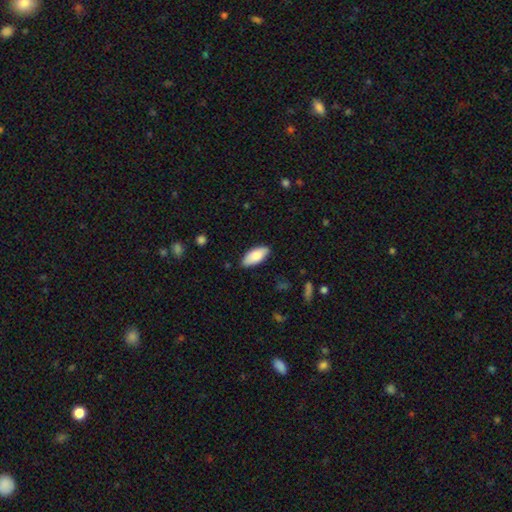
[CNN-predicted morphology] Smooth or featured: smooth — 81% (featured or disk — 13%)
How rounded: in between — 87% (cigar-shaped — 11%)
Merging: none — 85% (minor disturbance — 12%)